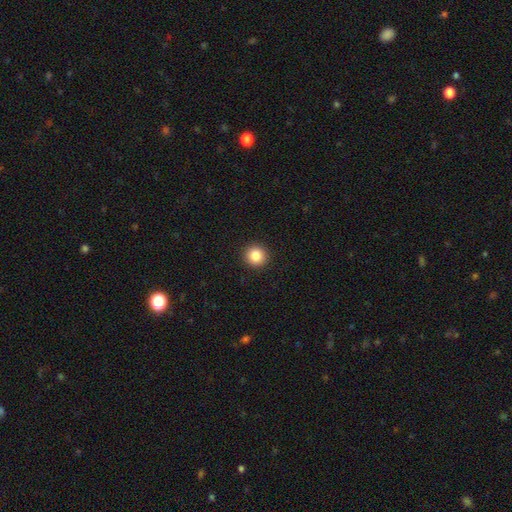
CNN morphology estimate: type=smooth (85%); roundness=round (95%); merging=none (93%).